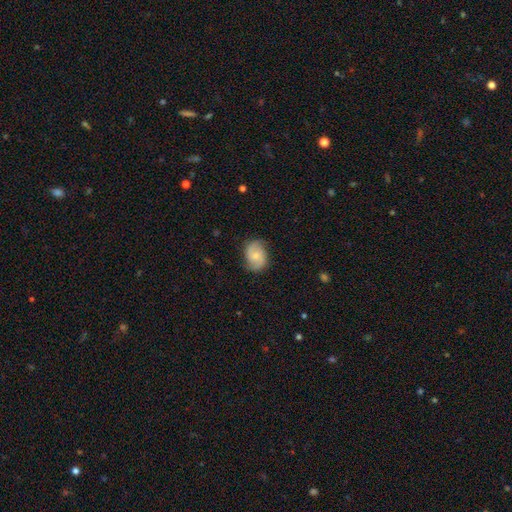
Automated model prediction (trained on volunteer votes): featured or disk 67%, smooth 26%, star or artifact 7%. Down the decision tree: edge-on disk — no (98%); bar — no (62%); spiral arms — yes (93%); spiral arm count — 2 (88%); spiral winding — medium (47%); bulge size — small (53%); merging — none (77%).